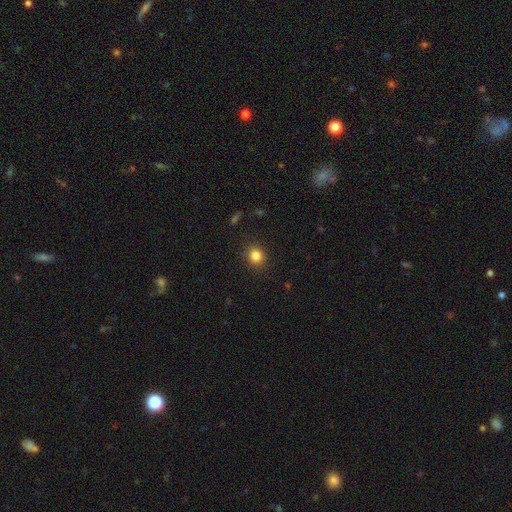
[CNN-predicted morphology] The model was most divided on "how rounded": round: 83%, in between: 17%, cigar-shaped: 1%. More confident: merging — none (89%); smooth or featured — smooth (83%).